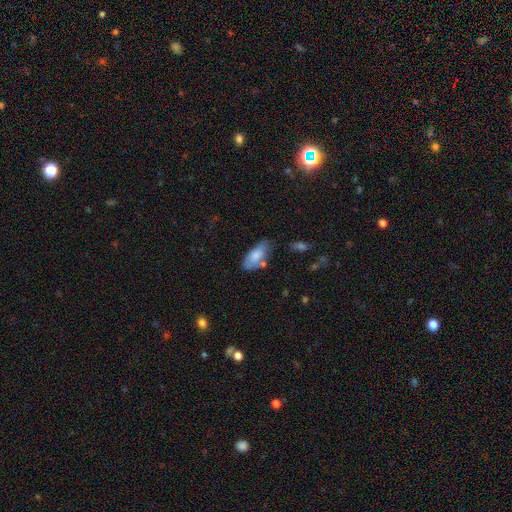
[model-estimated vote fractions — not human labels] Overall: smooth (76%). How rounded: in between (88%). Merging: none (56%; minor disturbance 28%).